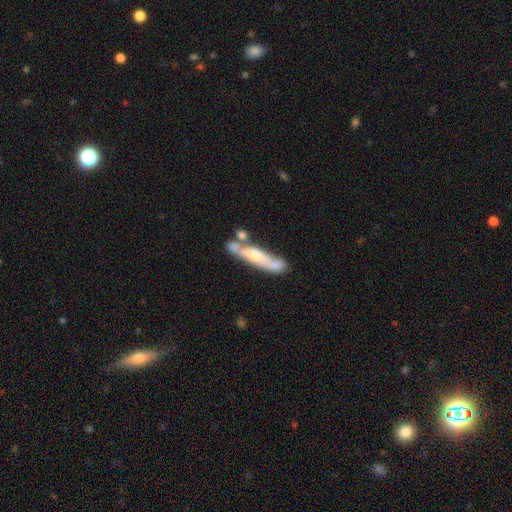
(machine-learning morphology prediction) Smooth or featured? Predicted: featured or disk (p=0.49). Merging? Predicted: merger (p=0.37).